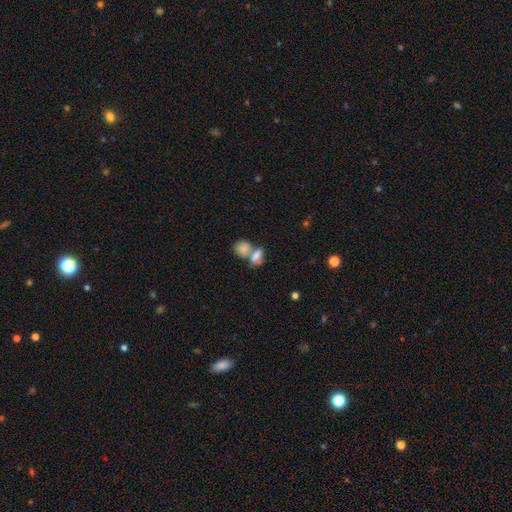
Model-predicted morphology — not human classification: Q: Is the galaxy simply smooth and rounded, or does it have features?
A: smooth — 79%.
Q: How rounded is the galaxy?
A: in between — 78%.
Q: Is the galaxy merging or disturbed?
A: merger — 66%.